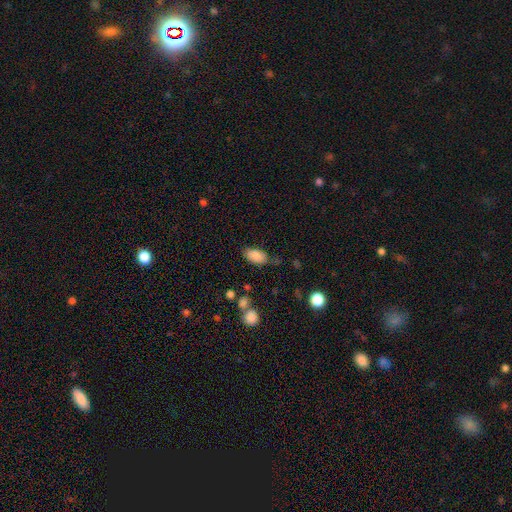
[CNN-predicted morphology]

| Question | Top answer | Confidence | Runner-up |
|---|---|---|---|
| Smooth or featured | smooth | 87% | star or artifact (7%) |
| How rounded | in between | 93% | round (4%) |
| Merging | none | 73% | minor disturbance (19%) |